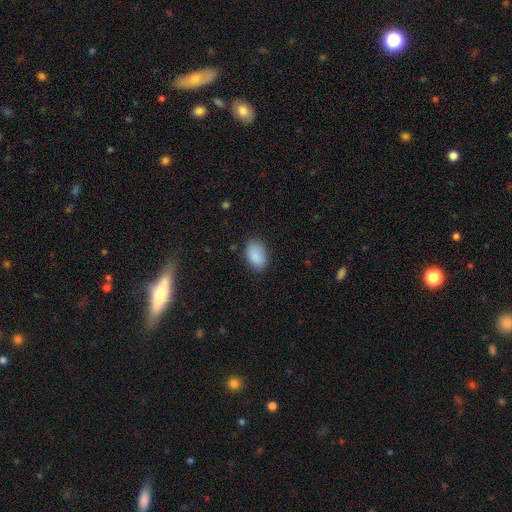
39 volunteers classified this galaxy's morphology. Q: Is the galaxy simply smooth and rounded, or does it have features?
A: smooth — 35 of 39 (90%).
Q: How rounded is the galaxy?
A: in between — 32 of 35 (91%).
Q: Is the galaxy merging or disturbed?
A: none — 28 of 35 (80%).